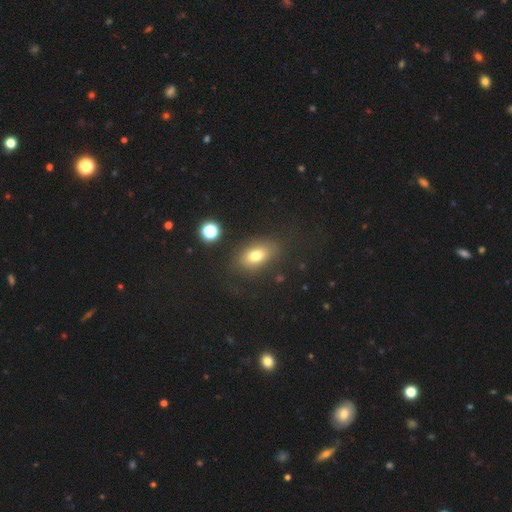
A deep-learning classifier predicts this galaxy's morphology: Smooth or featured? Predicted: smooth (p=0.73). How rounded? Predicted: in between (p=0.82). Merging? Predicted: none (p=0.79).